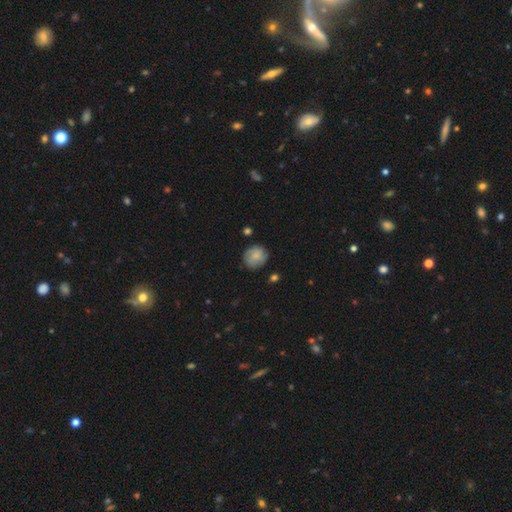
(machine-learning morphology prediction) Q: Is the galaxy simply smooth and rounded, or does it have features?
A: smooth — 63%.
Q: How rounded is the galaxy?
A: round — 84%.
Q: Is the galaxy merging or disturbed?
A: none — 78%.